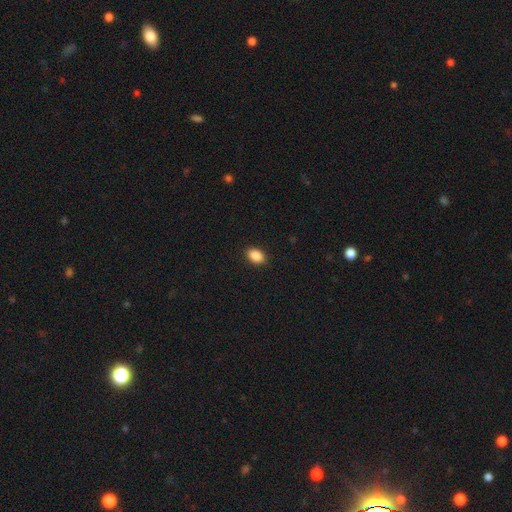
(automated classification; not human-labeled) Smooth or featured? Predicted: smooth (p=0.89). How rounded? Predicted: in between (p=0.82). Merging? Predicted: none (p=0.90).